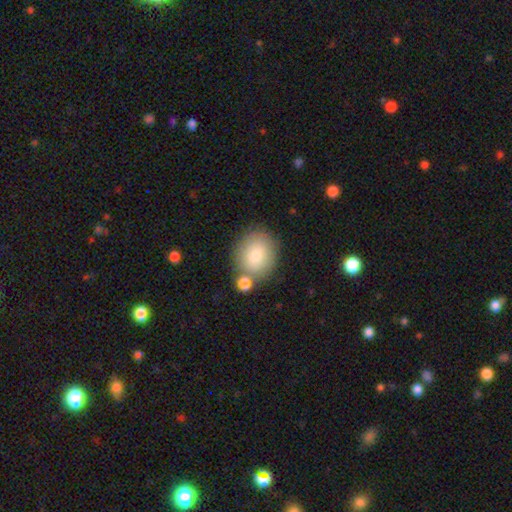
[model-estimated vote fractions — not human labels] Smooth or featured?
  - smooth: 76% *
  - featured or disk: 15%
  - star or artifact: 9%
How rounded?
  - round: 74% *
  - in between: 25%
  - cigar-shaped: 1%
Merging?
  - none: 72% *
  - merger: 12%
  - minor disturbance: 12%
  - major disturbance: 3%